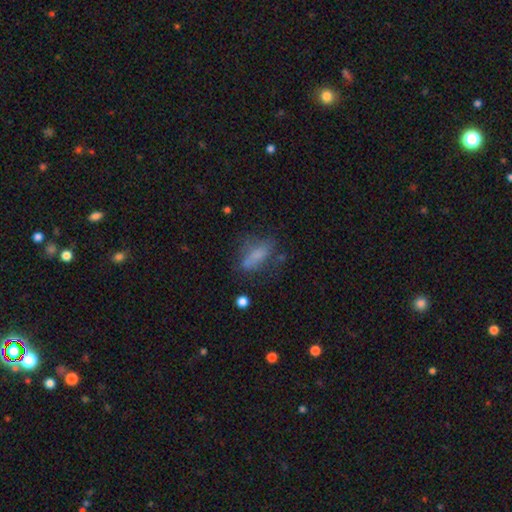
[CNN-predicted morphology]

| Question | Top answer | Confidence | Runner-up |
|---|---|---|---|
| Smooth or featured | smooth | 64% | featured or disk (24%) |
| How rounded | in between | 65% | cigar-shaped (29%) |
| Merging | none | 51% | minor disturbance (24%) |